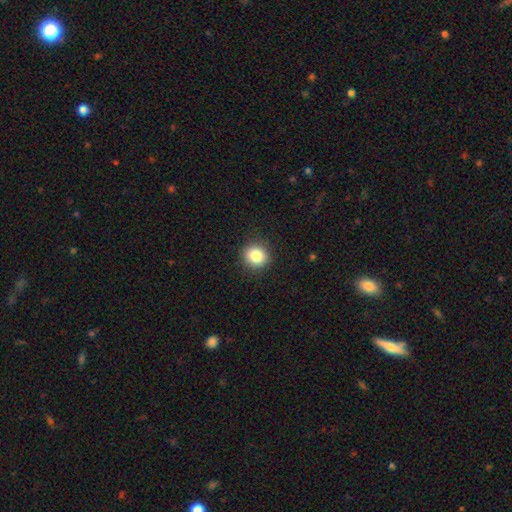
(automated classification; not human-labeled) smooth_or_featured: smooth (p=0.84) [alt: star or artifact p=0.10]
how_rounded: round (p=0.90) [alt: in between p=0.09]
merging: none (p=0.91) [alt: minor disturbance p=0.06]